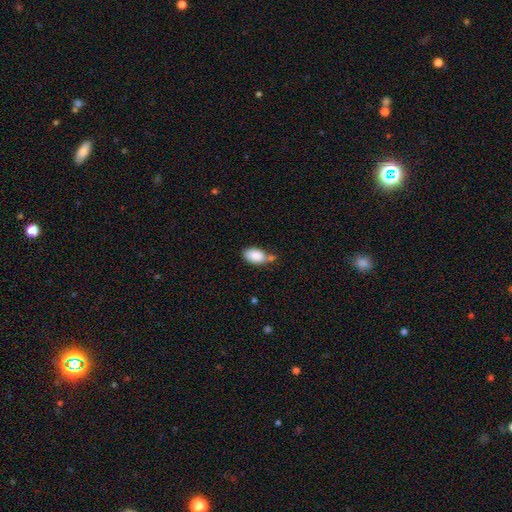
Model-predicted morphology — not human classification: Smooth or featured? Predicted: smooth (p=0.87). How rounded? Predicted: in between (p=0.93). Merging? Predicted: none (p=0.50).